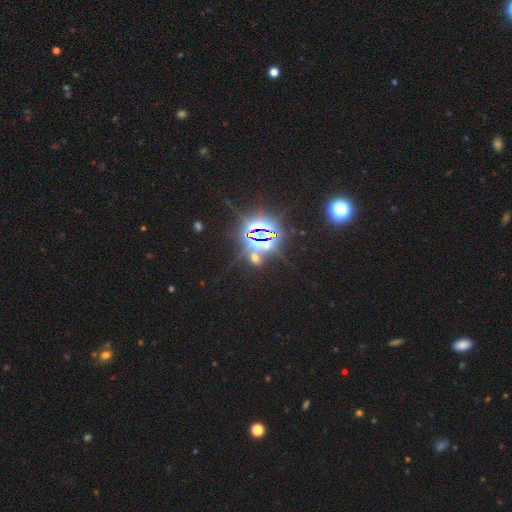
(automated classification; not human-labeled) smooth_or_featured: star or artifact (p=0.84) [alt: smooth p=0.08]